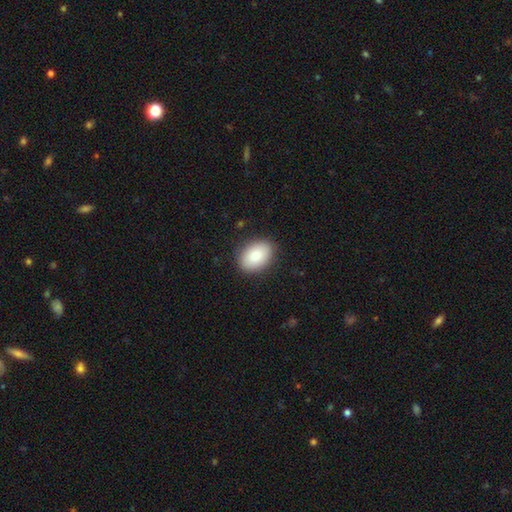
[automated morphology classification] Q: Smooth or featured?
A: smooth (87%); runner-up: featured or disk (7%)
Q: How rounded?
A: in between (83%); runner-up: round (16%)
Q: Merging?
A: none (88%); runner-up: minor disturbance (9%)